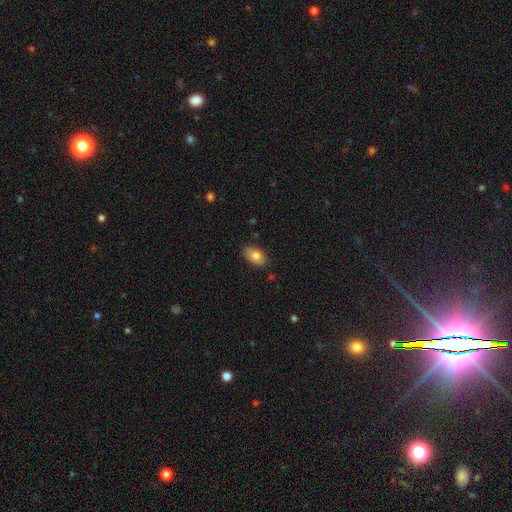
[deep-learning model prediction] Smooth or featured? Predicted: smooth (p=0.80). How rounded? Predicted: in between (p=0.92). Merging? Predicted: none (p=0.84).